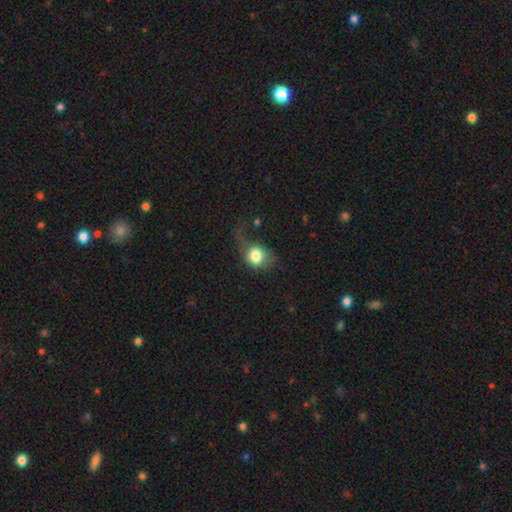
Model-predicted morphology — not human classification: Q: Smooth or featured?
A: smooth (77%); runner-up: featured or disk (15%)
Q: How rounded?
A: round (68%); runner-up: in between (31%)
Q: Merging?
A: major disturbance (41%); runner-up: none (30%)